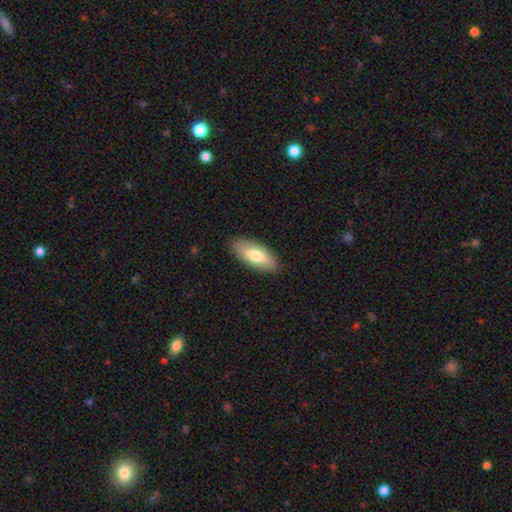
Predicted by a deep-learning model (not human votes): Smooth or featured? smooth (70%)
How rounded? in between (84%)
Merging? none (88%)